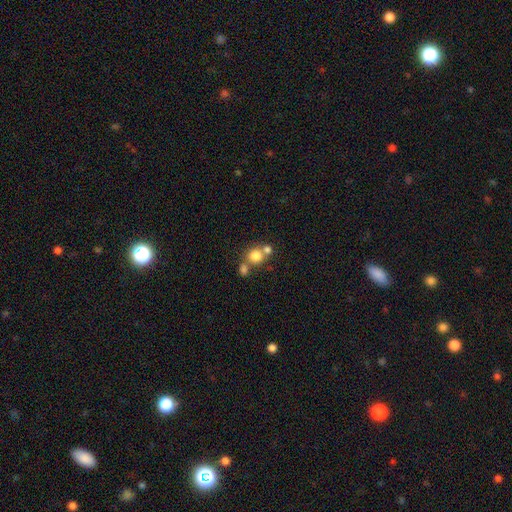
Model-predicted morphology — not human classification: Smooth or featured? Predicted: smooth (p=0.78). How rounded? Predicted: round (p=0.83). Merging? Predicted: none (p=0.48).